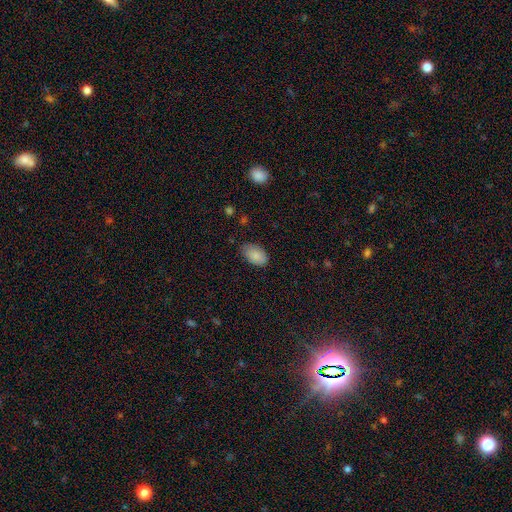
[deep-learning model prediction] Smooth or featured? Predicted: smooth (p=0.86). How rounded? Predicted: in between (p=0.92). Merging? Predicted: none (p=0.71).